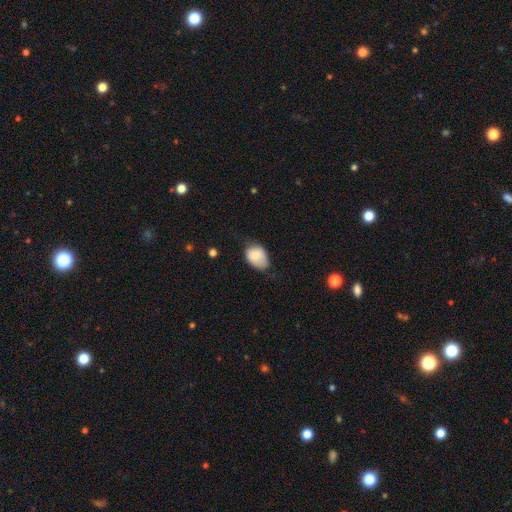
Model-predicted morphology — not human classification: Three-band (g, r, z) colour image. It shows a smooth galaxy with no disk features (81%) that is in between round and cigar-shaped (76%). Merging: none (44%).